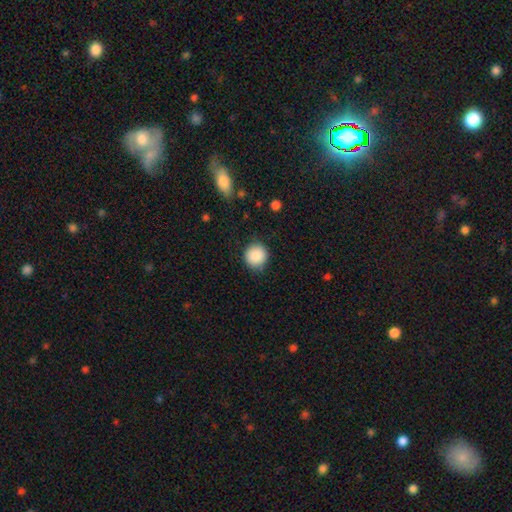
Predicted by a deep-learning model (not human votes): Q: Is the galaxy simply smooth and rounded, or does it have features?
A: smooth — 88%.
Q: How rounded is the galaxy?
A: round — 92%.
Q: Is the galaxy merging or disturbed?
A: none — 85%.